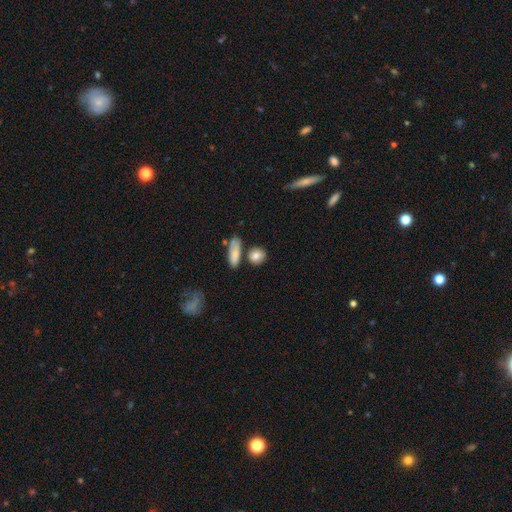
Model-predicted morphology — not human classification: smooth_or_featured: smooth (p=0.81) [alt: featured or disk p=0.12]
how_rounded: round (p=0.58) [alt: in between p=0.34]
merging: none (p=0.71) [alt: minor disturbance p=0.13]